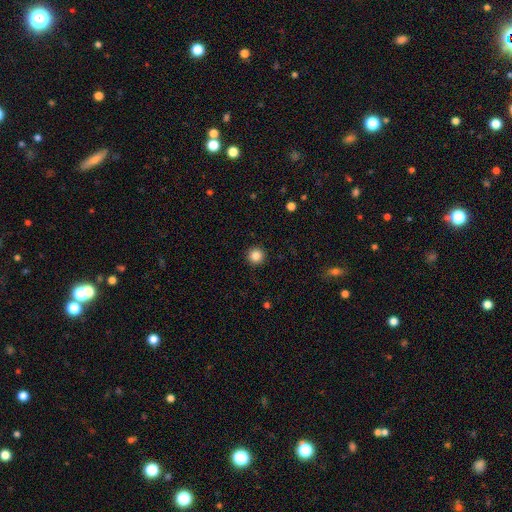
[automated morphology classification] smooth_or_featured: smooth (p=0.85) [alt: star or artifact p=0.11]
how_rounded: round (p=0.96) [alt: in between p=0.03]
merging: none (p=0.93) [alt: minor disturbance p=0.05]